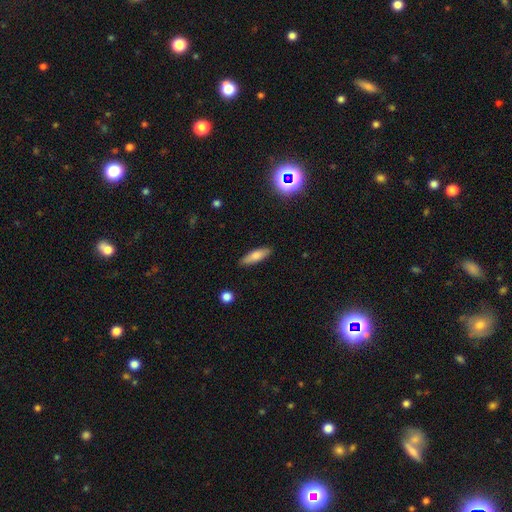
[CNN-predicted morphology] Smooth or featured? Predicted: smooth (p=0.77). How rounded? Predicted: cigar-shaped (p=0.52). Merging? Predicted: none (p=0.88).